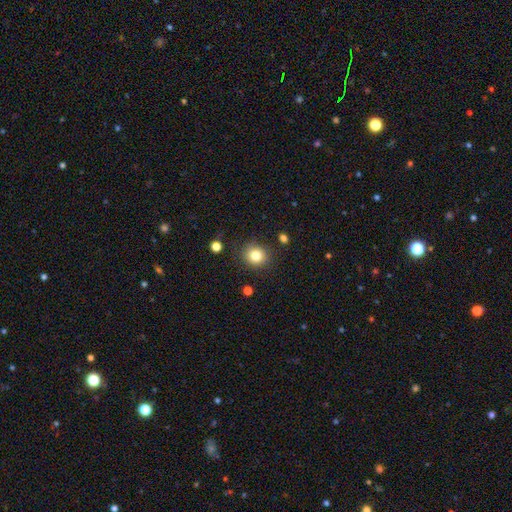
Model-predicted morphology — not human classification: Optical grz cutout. It shows a smooth galaxy with no disk features (82%) that is round (83%). Merging: none (87%).